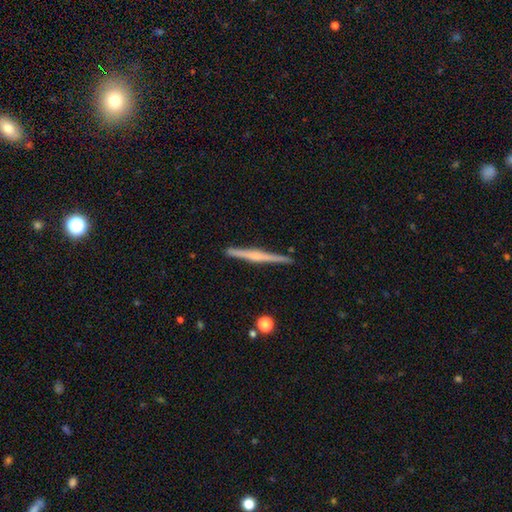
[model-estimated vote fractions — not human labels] Morphology: type=featured or disk (67%); edge-on=yes (98%); edge-on bulge=rounded (55%); merging=none (91%).